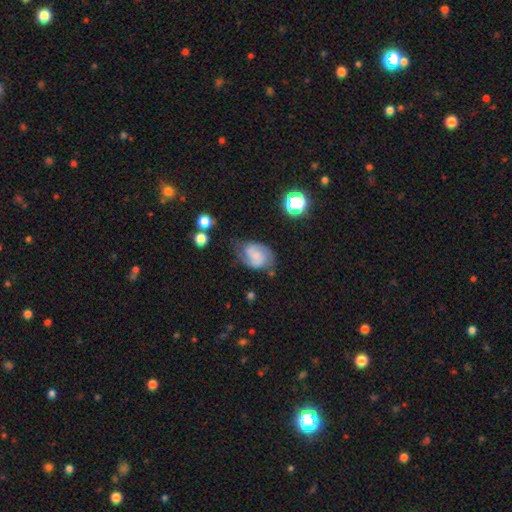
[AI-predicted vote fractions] smooth_or_featured: featured or disk (p=0.65) [alt: smooth p=0.26]
disk_edge_on: no (p=0.98) [alt: yes p=0.02]
bar: no (p=0.55) [alt: weak p=0.38]
has_spiral_arms: yes (p=0.91) [alt: no p=0.09]
spiral_winding: medium (p=0.49) [alt: tight p=0.30]
spiral_arm_count: 2 (p=0.81) [alt: can't tell p=0.10]
bulge_size: small (p=0.49) [alt: none p=0.26]
merging: none (p=0.55) [alt: minor disturbance p=0.27]